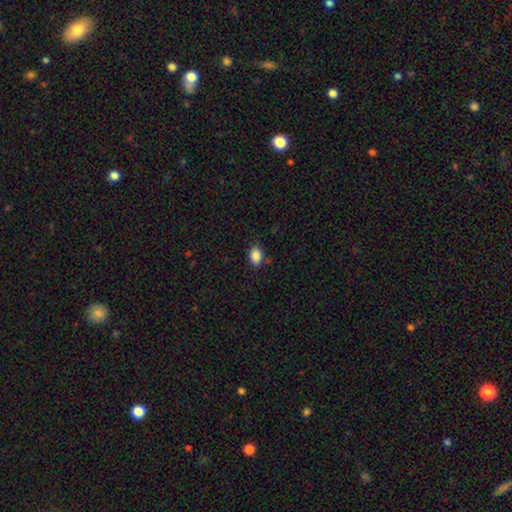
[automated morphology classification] This is clearly a smooth galaxy (87%). How rounded: likely in between (78%). Merging: clearly none (81%).